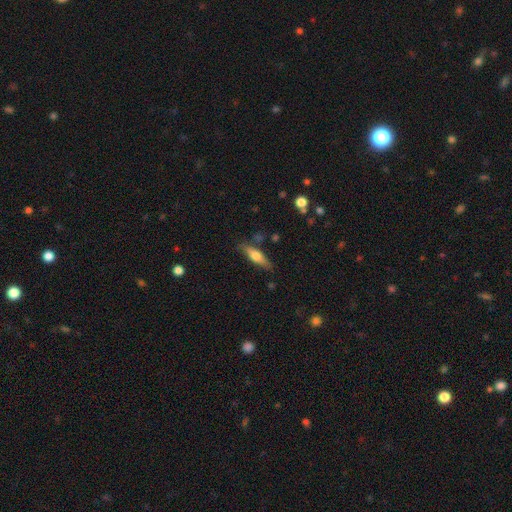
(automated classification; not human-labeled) This is possibly a smooth galaxy (49%). Merging: clearly none (80%).